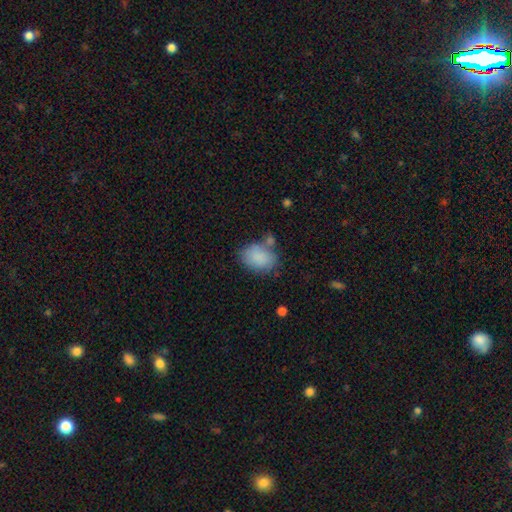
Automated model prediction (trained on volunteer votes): Morphology: type=smooth (83%); roundness=in between (75%); merging=none (56%).